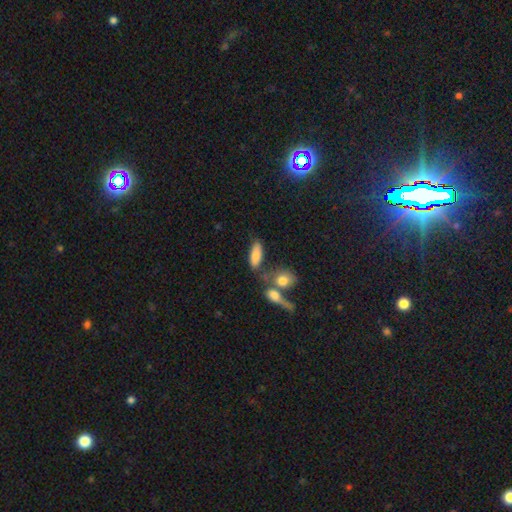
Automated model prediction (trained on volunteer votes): Smooth or featured?
  - smooth: 77% *
  - featured or disk: 15%
  - star or artifact: 8%
How rounded?
  - in between: 73% *
  - cigar-shaped: 23%
  - round: 4%
Merging?
  - none: 51% *
  - merger: 28%
  - minor disturbance: 14%
  - major disturbance: 7%